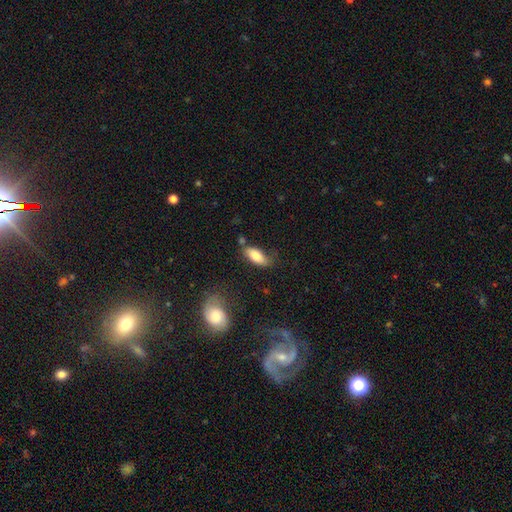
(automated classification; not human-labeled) A smooth galaxy with no disk features (79%) that is in between round and cigar-shaped (83%). Merging: none (65%).